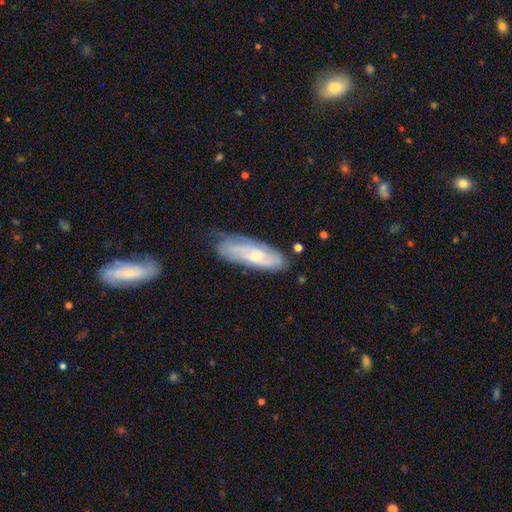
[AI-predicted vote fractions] smooth-or-featured: featured or disk: 48% | smooth: 45% | star or artifact: 7%
  merging: none: 61% | minor disturbance: 28% | major disturbance: 8% | merger: 2%